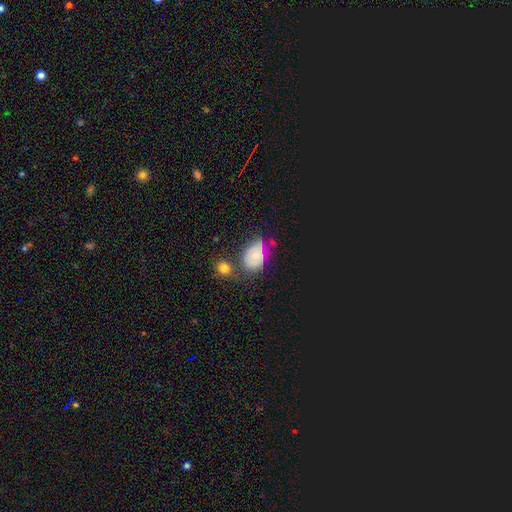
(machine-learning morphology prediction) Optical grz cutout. It shows a smooth galaxy with no disk features (55%) that is in between round and cigar-shaped (70%). Merging: none (50%).